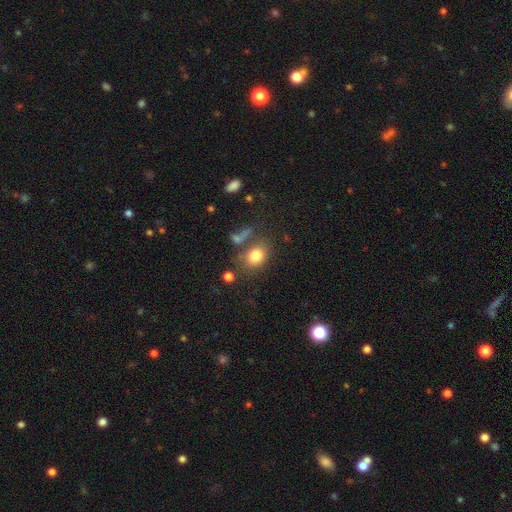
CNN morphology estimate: Q: Smooth or featured?
A: smooth (80%); runner-up: star or artifact (11%)
Q: How rounded?
A: in between (52%); runner-up: round (46%)
Q: Merging?
A: none (63%); runner-up: minor disturbance (16%)